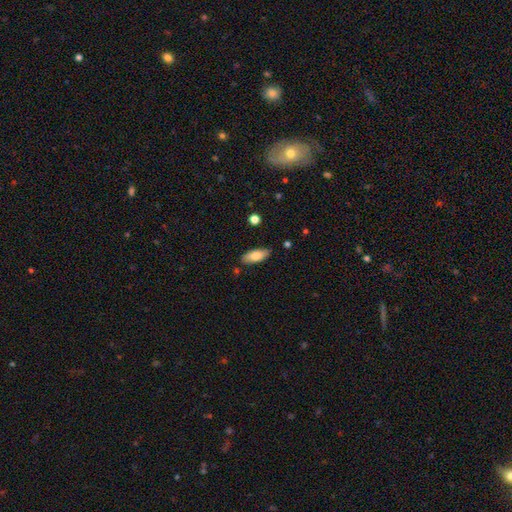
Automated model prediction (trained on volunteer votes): This appears to be a smooth galaxy with no disk features (80%) that is in between round and cigar-shaped (79%). Merging: none (83%).